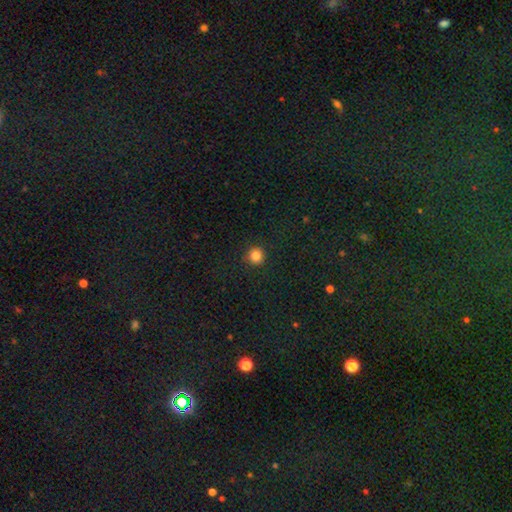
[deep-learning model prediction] Q: Smooth or featured?
A: smooth (85%); runner-up: star or artifact (12%)
Q: How rounded?
A: round (93%); runner-up: in between (6%)
Q: Merging?
A: none (91%); runner-up: minor disturbance (6%)